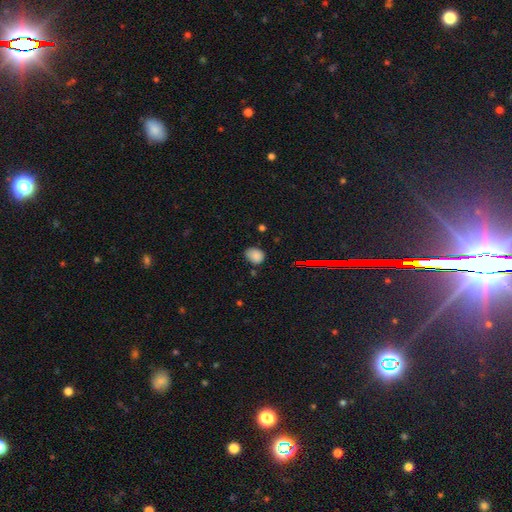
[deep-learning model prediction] A smooth galaxy with no disk features (81%) that is in between round and cigar-shaped (54%). Merging: none (66%).